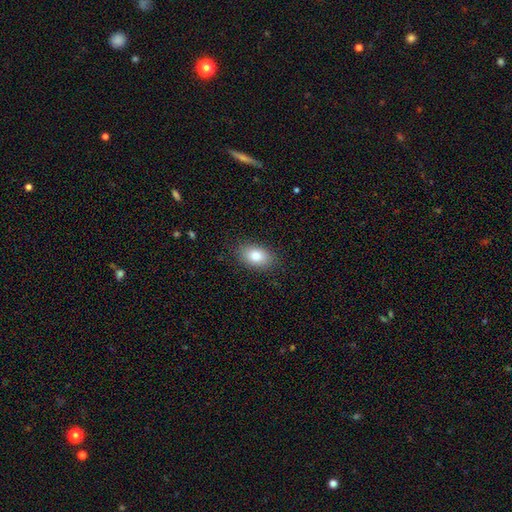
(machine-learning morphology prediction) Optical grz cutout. It shows a smooth galaxy with no disk features (83%) that is in between round and cigar-shaped (89%). Merging: none (85%).